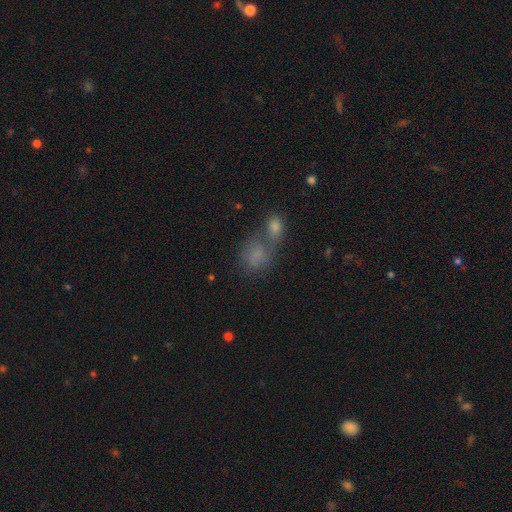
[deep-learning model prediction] Smooth or featured?
  - smooth: 75% *
  - featured or disk: 13%
  - star or artifact: 12%
How rounded?
  - in between: 54% *
  - round: 43%
  - cigar-shaped: 2%
Merging?
  - merger: 53% *
  - none: 27%
  - minor disturbance: 11%
  - major disturbance: 9%